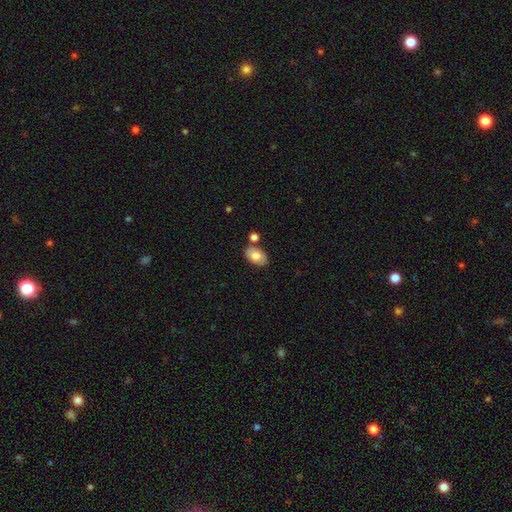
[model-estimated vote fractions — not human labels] Smooth or featured? Predicted: smooth (p=0.78). How rounded? Predicted: in between (p=0.90). Merging? Predicted: none (p=0.75).